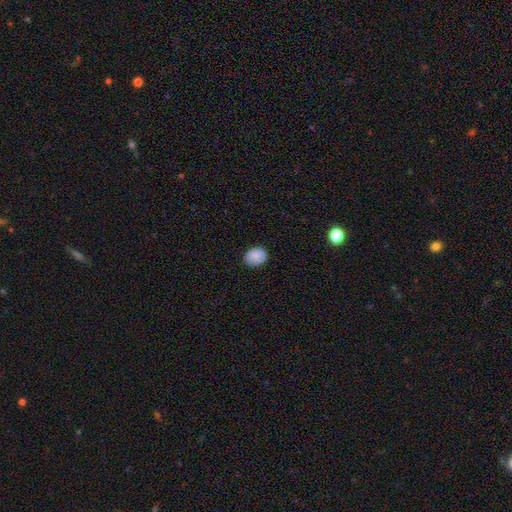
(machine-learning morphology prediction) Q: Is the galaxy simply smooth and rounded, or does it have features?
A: smooth — 86%.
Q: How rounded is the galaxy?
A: in between — 53%.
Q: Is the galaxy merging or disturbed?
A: none — 85%.